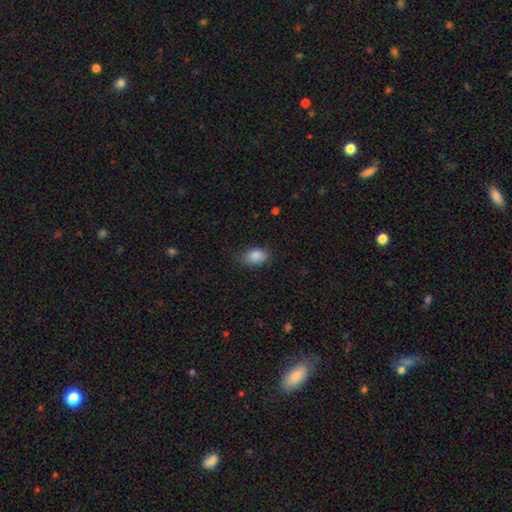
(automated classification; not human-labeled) Smooth or featured?
  - smooth: 88% *
  - star or artifact: 8%
  - featured or disk: 5%
How rounded?
  - in between: 83% *
  - round: 16%
  - cigar-shaped: 1%
Merging?
  - none: 73% *
  - minor disturbance: 21%
  - major disturbance: 5%
  - merger: 1%